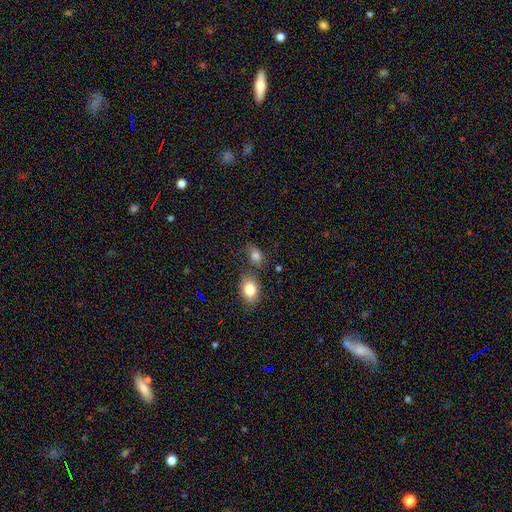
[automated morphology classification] Smooth or featured: smooth — 80% (star or artifact — 11%)
How rounded: in between — 76% (round — 22%)
Merging: none — 58% (minor disturbance — 18%)